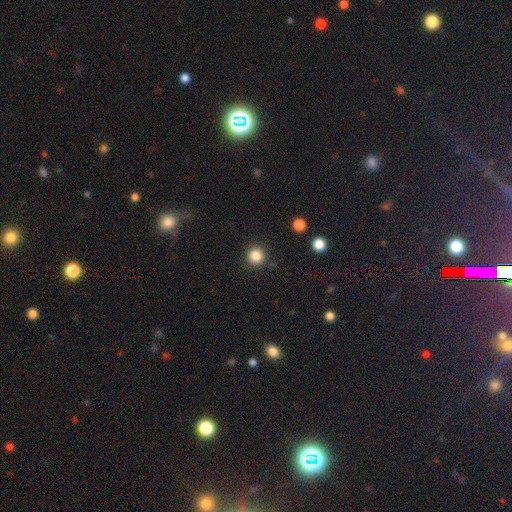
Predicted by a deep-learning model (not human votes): smooth 84%, star or artifact 12%, featured or disk 4%. Down the decision tree: how rounded — round (94%); merging — none (88%).